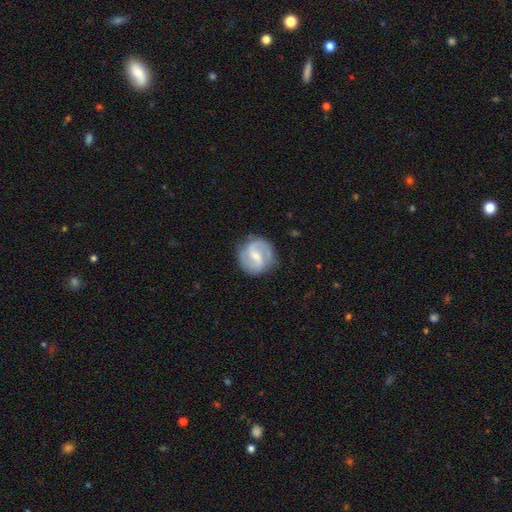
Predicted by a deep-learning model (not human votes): smooth-or-featured: featured or disk: 79% | smooth: 16% | star or artifact: 5%
  disk-edge-on: no: 98% | yes: 2%
    bar: weak: 55% | strong: 30% | no: 16%
    has-spiral-arms: yes: 93% | no: 7%
      spiral-winding: medium: 50% | loose: 26% | tight: 23%
      spiral-arm-count: 2: 89% | can't tell: 5% | 1: 2% | 3: 2% | 4: 1% | more than 4: 1%
    bulge-size: small: 58% | moderate: 35% | none: 5% | large: 2% | dominant: 1%
  merging: none: 82% | minor disturbance: 13% | major disturbance: 4% | merger: 1%